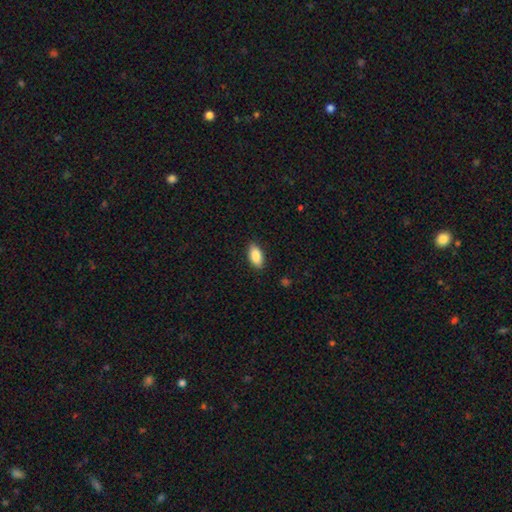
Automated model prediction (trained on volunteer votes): A smooth galaxy with no disk features (88%) that is in between round and cigar-shaped (91%).

Vote fractions:
- Smooth or featured? smooth: 88% / star or artifact: 6% / featured or disk: 6%
- How rounded? in between: 91% / cigar-shaped: 7% / round: 3%
- Merging? none: 88% / minor disturbance: 9% / major disturbance: 2% / merger: 1%